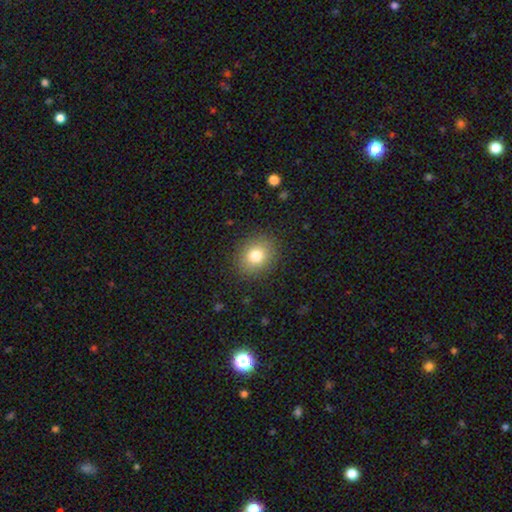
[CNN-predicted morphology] Overall: smooth (80%). How rounded: round (72%). Merging: none (88%).